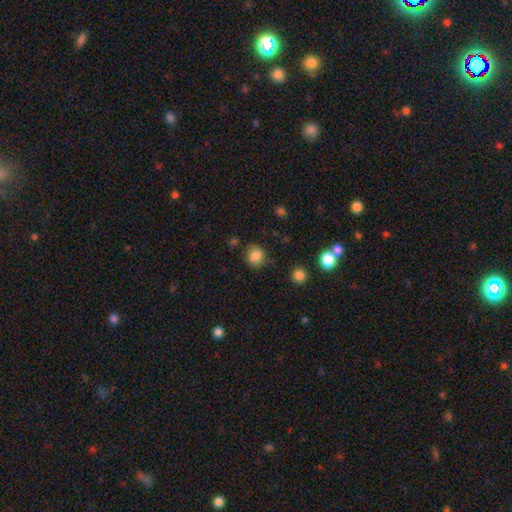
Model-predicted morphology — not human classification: The model was most divided on "merging": none: 72%, minor disturbance: 19%, major disturbance: 6%, merger: 3%. More confident: smooth or featured — smooth (80%); how rounded — round (77%).